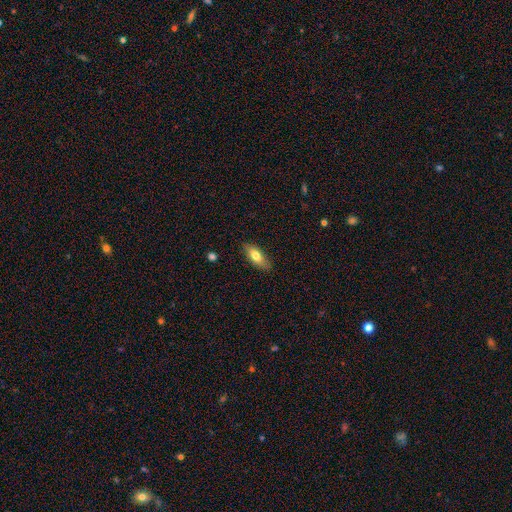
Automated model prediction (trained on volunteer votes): A smooth galaxy with no disk features (74%) that is in between round and cigar-shaped (76%). Merging: none (84%).